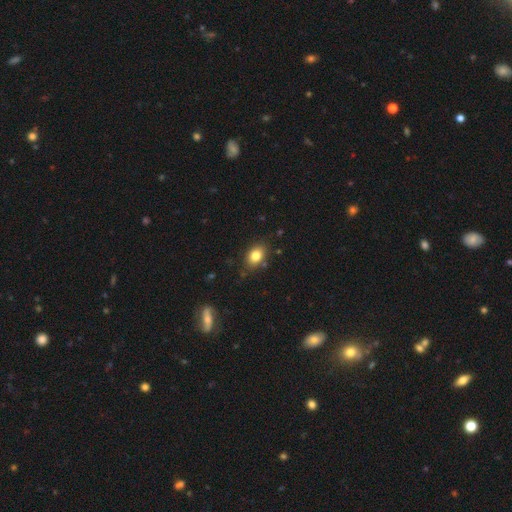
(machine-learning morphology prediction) smooth_or_featured: smooth (p=0.81) [alt: star or artifact p=0.10]
how_rounded: in between (p=0.75) [alt: round p=0.24]
merging: none (p=0.81) [alt: minor disturbance p=0.14]